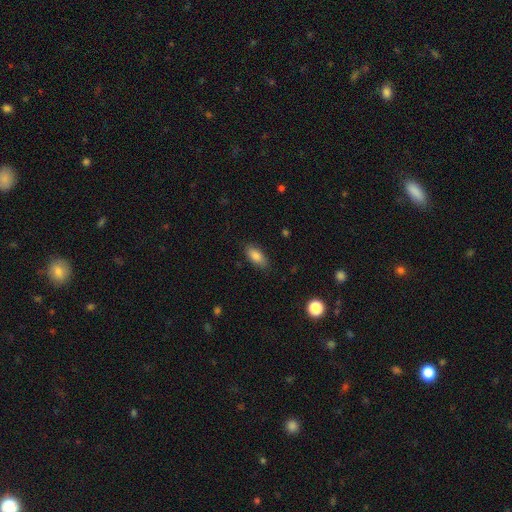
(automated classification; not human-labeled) Smooth or featured? Predicted: smooth (p=0.85). How rounded? Predicted: in between (p=0.87). Merging? Predicted: none (p=0.83).